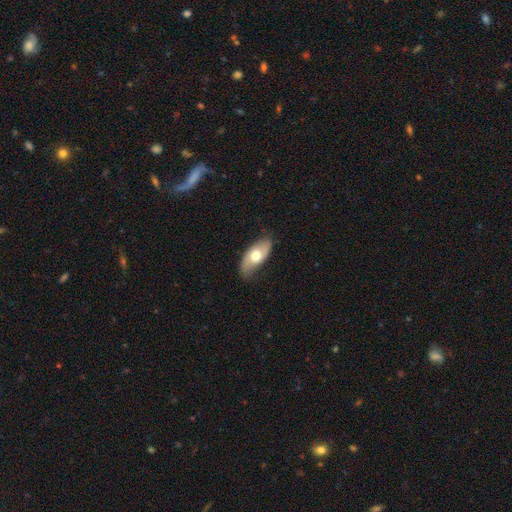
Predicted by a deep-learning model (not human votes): smooth-or-featured: smooth: 56% | featured or disk: 38% | star or artifact: 6%
  how-rounded: in between: 89% | cigar-shaped: 7% | round: 4%
  merging: none: 76% | minor disturbance: 19% | major disturbance: 4% | merger: 1%